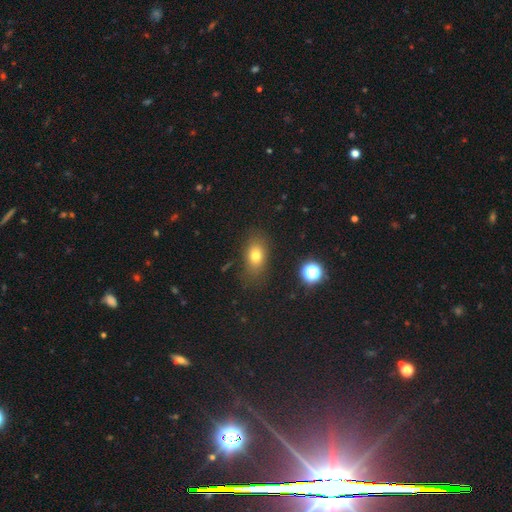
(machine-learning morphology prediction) This appears to be a smooth galaxy with no disk features (74%) that is in between round and cigar-shaped (77%). Merging: none (78%).